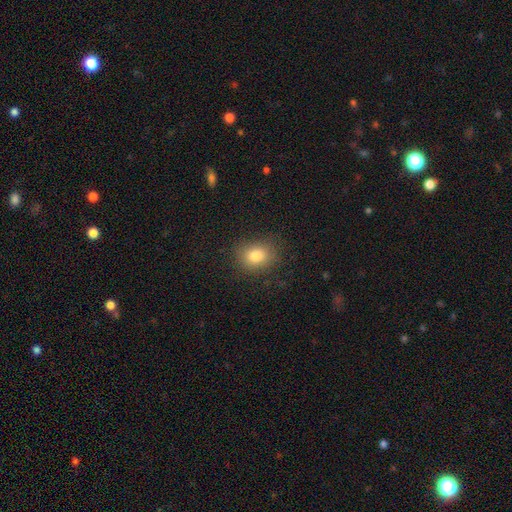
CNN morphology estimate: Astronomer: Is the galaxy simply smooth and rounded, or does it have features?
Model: smooth — 81%.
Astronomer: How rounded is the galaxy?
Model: round — 51% (runner-up: in between, 48%).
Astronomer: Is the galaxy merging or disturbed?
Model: none — 84%.